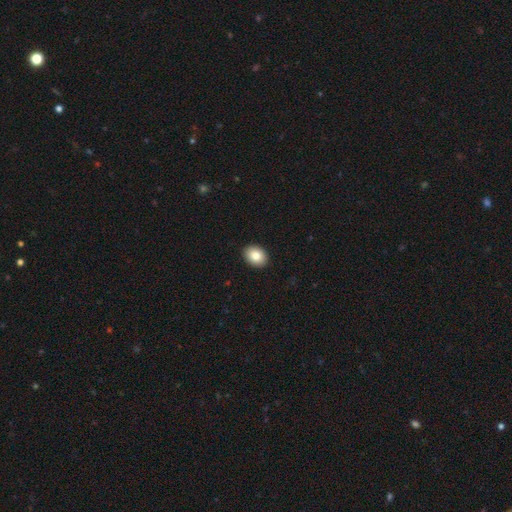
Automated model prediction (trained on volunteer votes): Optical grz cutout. It shows a smooth galaxy with no disk features (84%) that is in between round and cigar-shaped (63%). Merging: none (92%).